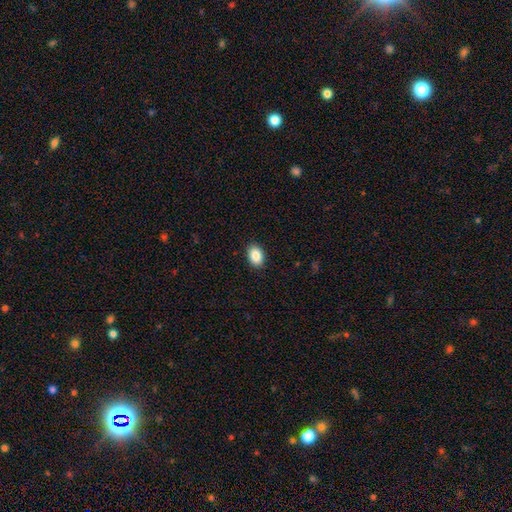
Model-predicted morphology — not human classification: A smooth galaxy with no disk features (88%) that is in between round and cigar-shaped (82%).

Vote fractions:
- Smooth or featured? smooth: 88% / star or artifact: 8% / featured or disk: 4%
- How rounded? in between: 82% / round: 17% / cigar-shaped: 1%
- Merging? none: 90% / minor disturbance: 7% / major disturbance: 2% / merger: 1%